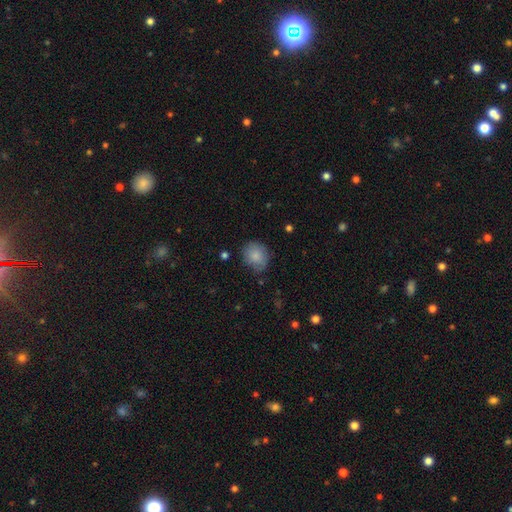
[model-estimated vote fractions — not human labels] Q: Smooth or featured?
A: smooth (84%); runner-up: featured or disk (9%)
Q: How rounded?
A: round (70%); runner-up: in between (29%)
Q: Merging?
A: none (70%); runner-up: minor disturbance (23%)